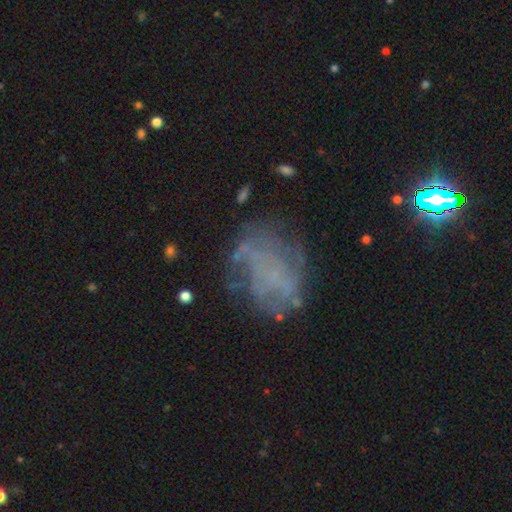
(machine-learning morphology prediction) type=featured or disk (62%); edge-on=no (98%); bar=no (85%); spiral arms=no (59%); bulge=none (74%); merging=none (53%).